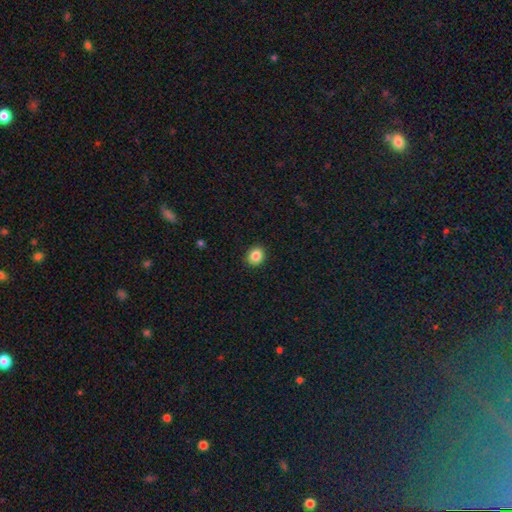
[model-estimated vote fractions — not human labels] smooth_or_featured: smooth (p=0.86) [alt: star or artifact p=0.10]
how_rounded: round (p=0.73) [alt: in between p=0.26]
merging: none (p=0.91) [alt: minor disturbance p=0.06]